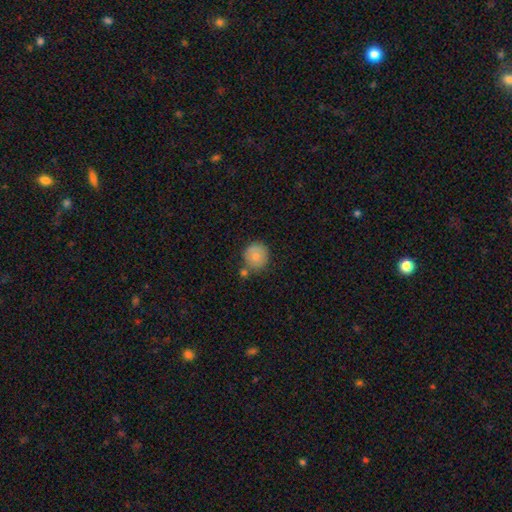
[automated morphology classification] Overall: smooth (79%). How rounded: round (90%). Merging: none (68%).